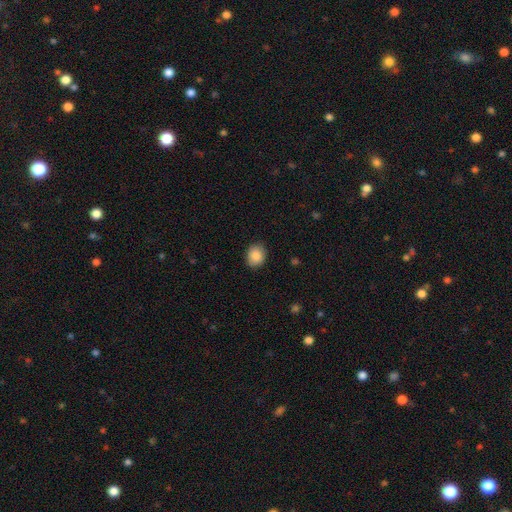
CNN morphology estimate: smooth-or-featured: smooth: 88% | star or artifact: 8% | featured or disk: 4%
  how-rounded: round: 52% | in between: 47% | cigar-shaped: 1%
  merging: none: 88% | minor disturbance: 9% | major disturbance: 2% | merger: 1%